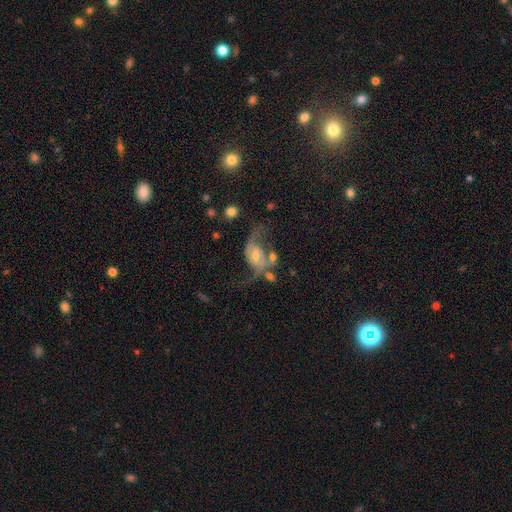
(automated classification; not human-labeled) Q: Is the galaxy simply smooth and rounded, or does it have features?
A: featured or disk — 81%.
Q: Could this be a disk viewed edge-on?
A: no — 97%.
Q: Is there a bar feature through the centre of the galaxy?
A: no — 53%.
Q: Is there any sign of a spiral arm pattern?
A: yes — 92%.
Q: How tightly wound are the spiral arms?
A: loose — 69%.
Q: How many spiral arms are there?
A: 2 — 89%.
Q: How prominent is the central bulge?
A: moderate — 48%.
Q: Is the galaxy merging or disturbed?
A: none — 43%.